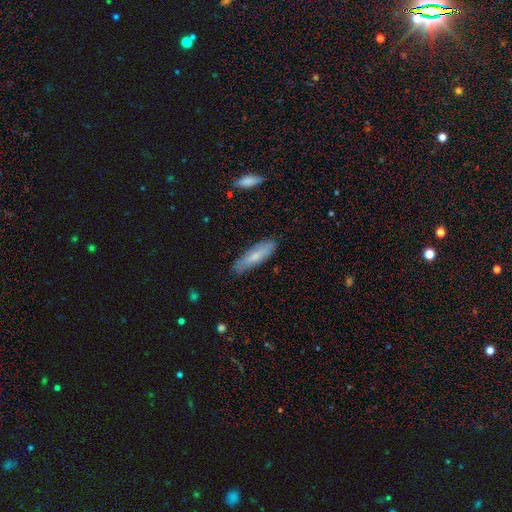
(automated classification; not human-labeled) Smooth or featured: smooth — 64% (featured or disk — 30%)
How rounded: cigar-shaped — 62% (in between — 36%)
Merging: none — 81% (minor disturbance — 15%)